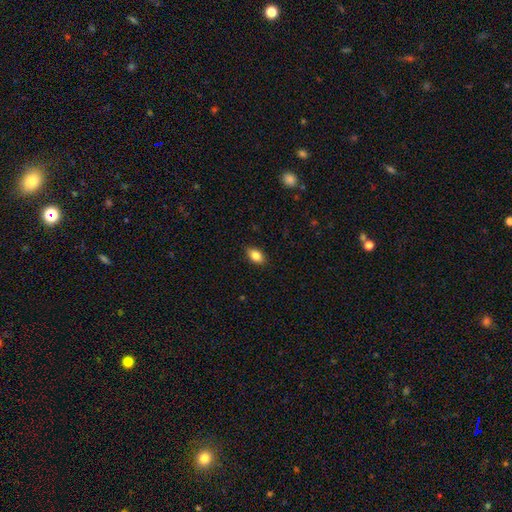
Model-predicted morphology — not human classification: Smooth or featured? Predicted: smooth (p=0.84). How rounded? Predicted: in between (p=0.88). Merging? Predicted: none (p=0.88).